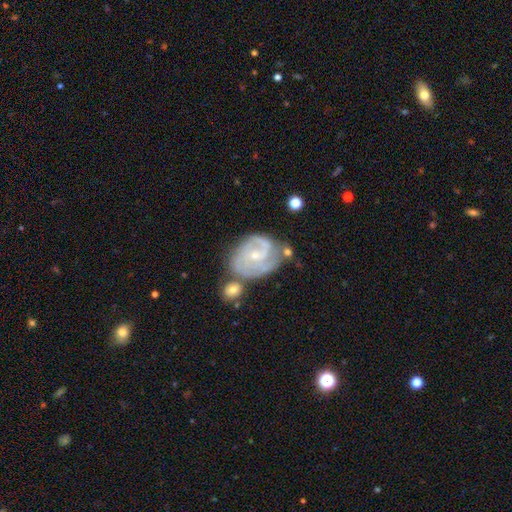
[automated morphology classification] featured or disk 85%, smooth 9%, star or artifact 5%. Down the decision tree: edge-on disk — no (97%); bar — no (57%); spiral arms — yes (95%); spiral arm count — 2 (38%); spiral winding — tight (58%); bulge size — small (70%); merging — none (53%).